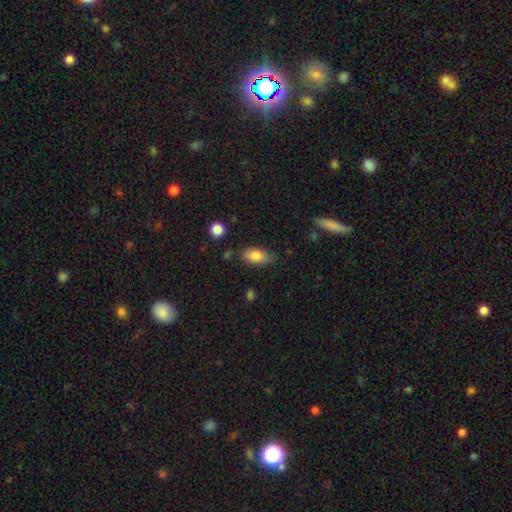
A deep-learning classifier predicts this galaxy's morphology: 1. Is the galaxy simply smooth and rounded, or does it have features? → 81% smooth, 12% featured or disk, 7% star or artifact.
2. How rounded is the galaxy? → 87% in between, 9% cigar-shaped, 4% round.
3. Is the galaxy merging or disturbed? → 74% none, 19% minor disturbance, 4% major disturbance, 3% merger.